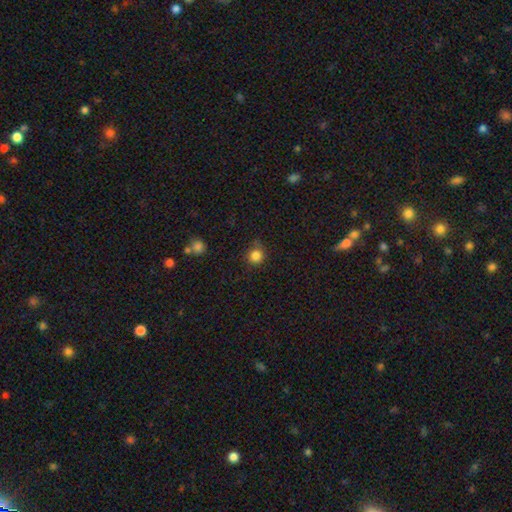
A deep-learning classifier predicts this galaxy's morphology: Overall: smooth (84%). How rounded: round (92%). Merging: none (77%).